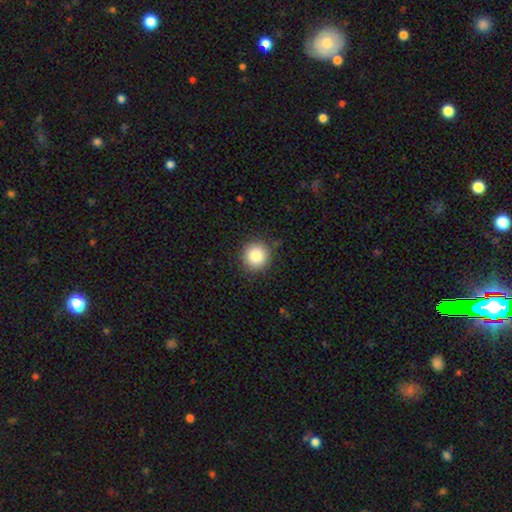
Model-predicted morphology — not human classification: type=smooth (84%); roundness=round (93%); merging=none (87%).